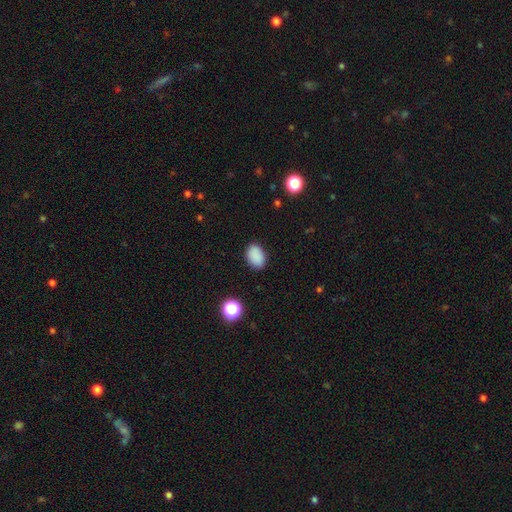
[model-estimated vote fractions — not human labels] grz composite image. It shows a smooth galaxy with no disk features (87%) that is in between round and cigar-shaped (84%). Merging: none (87%).